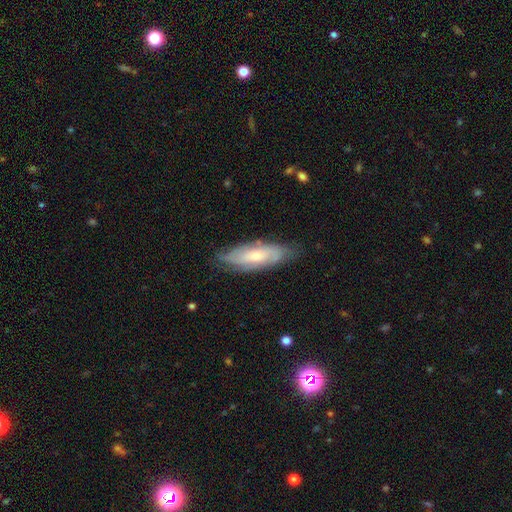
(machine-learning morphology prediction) Q: Smooth or featured?
A: featured or disk (54%); runner-up: smooth (39%)
Q: Edge-on disk?
A: no (74%); runner-up: yes (26%)
Q: Merging?
A: none (75%); runner-up: minor disturbance (20%)